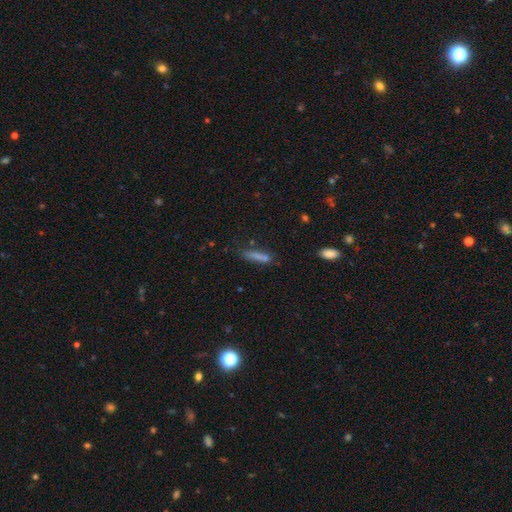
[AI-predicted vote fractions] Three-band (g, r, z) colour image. It shows a smooth galaxy with no disk features (68%) that is cigar-shaped (85%). Merging: none (72%).